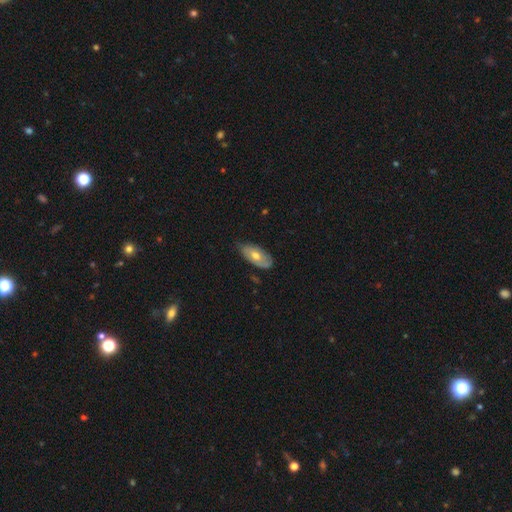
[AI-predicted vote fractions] Morphology: type=smooth (58%); roundness=in between (92%); merging=none (71%).